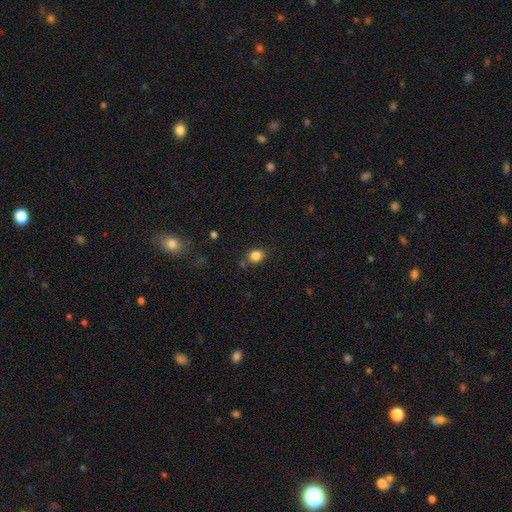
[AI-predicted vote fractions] The model was most divided on "how rounded": round: 72%, in between: 27%, cigar-shaped: 1%. More confident: smooth or featured — smooth (83%); merging — none (77%).